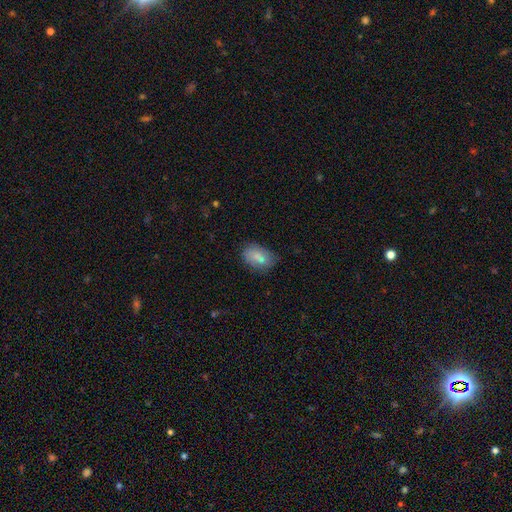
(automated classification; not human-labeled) smooth 73%, featured or disk 15%, star or artifact 11%. Down the decision tree: how rounded — in between (87%); merging — none (73%).